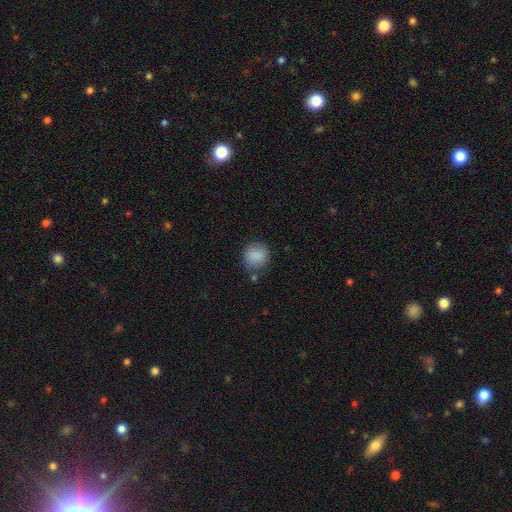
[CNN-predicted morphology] Smooth or featured? Predicted: smooth (p=0.87). How rounded? Predicted: round (p=0.86). Merging? Predicted: none (p=0.78).